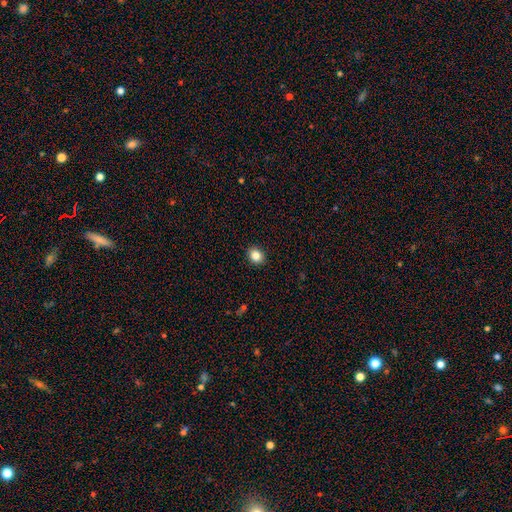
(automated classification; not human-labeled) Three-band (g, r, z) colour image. It shows a smooth galaxy with no disk features (85%) that is round (55%). Merging: none (91%).